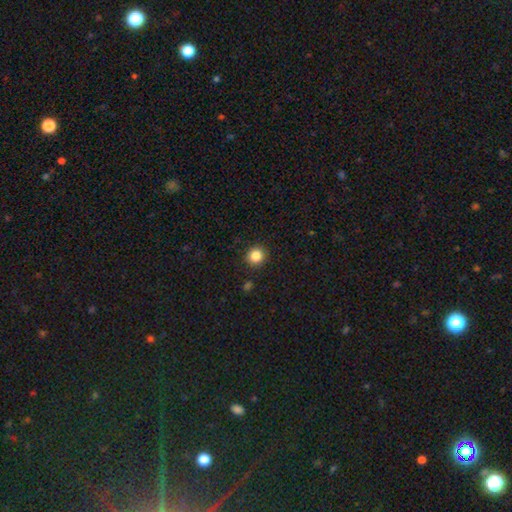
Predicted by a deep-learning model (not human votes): Overall: smooth (85%). How rounded: round (92%). Merging: none (91%).